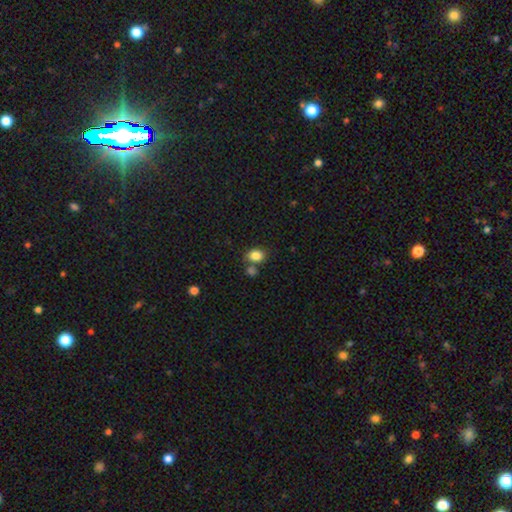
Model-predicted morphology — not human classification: Smooth or featured?
  - smooth: 84% *
  - star or artifact: 10%
  - featured or disk: 6%
How rounded?
  - in between: 60% *
  - round: 39%
  - cigar-shaped: 1%
Merging?
  - none: 62% *
  - merger: 22%
  - minor disturbance: 12%
  - major disturbance: 4%